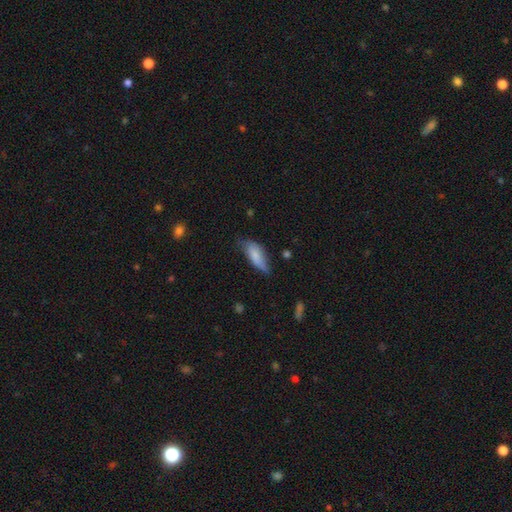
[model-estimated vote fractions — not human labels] This is likely a smooth galaxy (78%). How rounded: likely in between (74%). Merging: possibly none (46%).